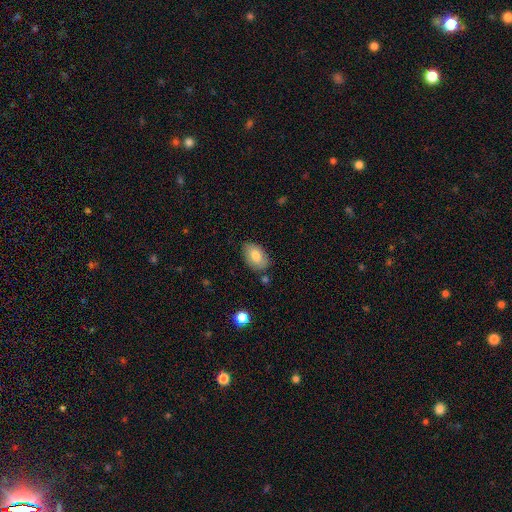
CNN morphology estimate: Overall: smooth (79%). How rounded: in between (91%). Merging: none (80%).